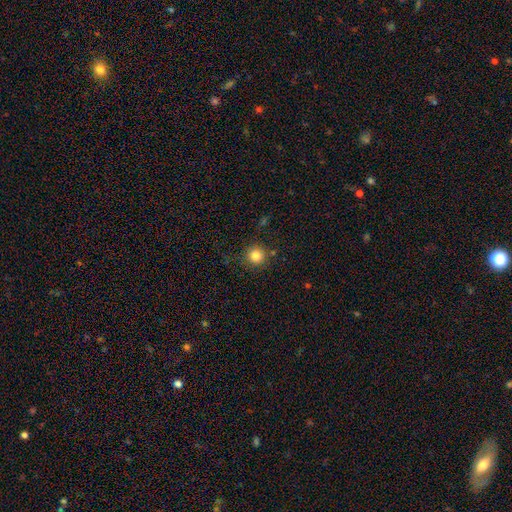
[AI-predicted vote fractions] Overall: smooth (83%). How rounded: round (95%). Merging: none (84%).